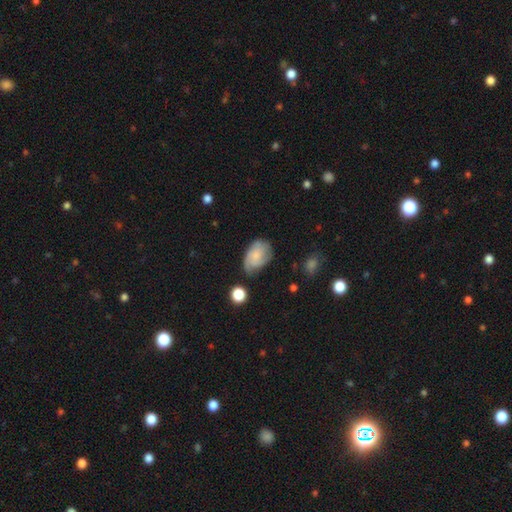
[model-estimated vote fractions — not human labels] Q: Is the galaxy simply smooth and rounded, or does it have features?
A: smooth — 48%.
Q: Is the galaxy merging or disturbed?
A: none — 51%.